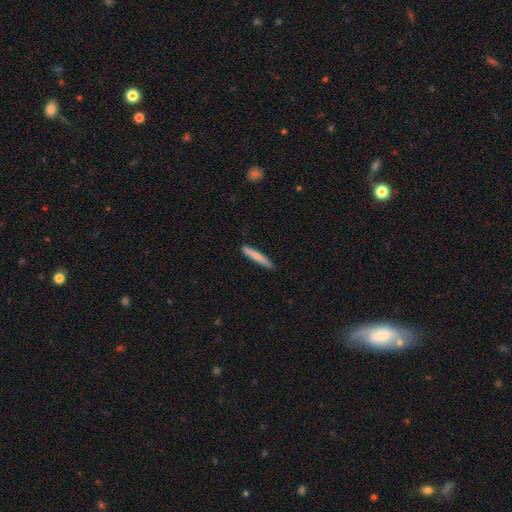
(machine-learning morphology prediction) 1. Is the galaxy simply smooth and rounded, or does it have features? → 78% smooth, 16% featured or disk, 6% star or artifact.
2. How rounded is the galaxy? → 95% cigar-shaped, 4% in between, 1% round.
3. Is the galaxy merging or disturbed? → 88% none, 9% minor disturbance, 2% major disturbance, 1% merger.